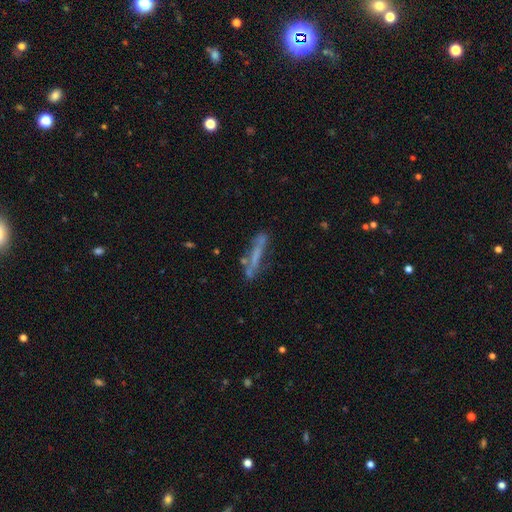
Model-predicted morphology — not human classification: featured or disk 47%, smooth 42%, star or artifact 11%. Down the decision tree: merging — none (61%).